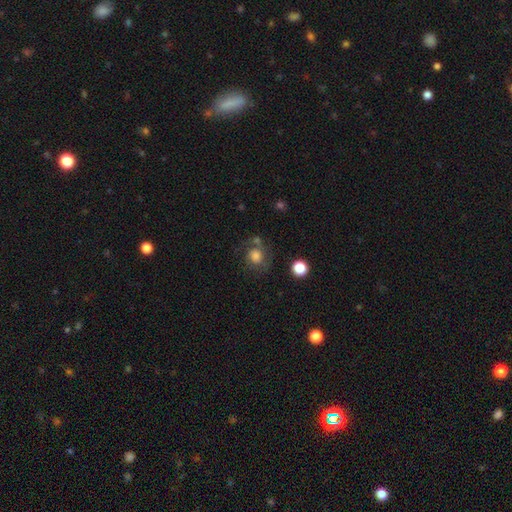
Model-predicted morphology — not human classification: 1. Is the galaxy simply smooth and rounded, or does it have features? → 65% smooth, 24% featured or disk, 11% star or artifact.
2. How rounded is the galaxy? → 79% round, 20% in between, 1% cigar-shaped.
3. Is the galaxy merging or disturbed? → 55% none, 20% minor disturbance, 15% major disturbance, 10% merger.